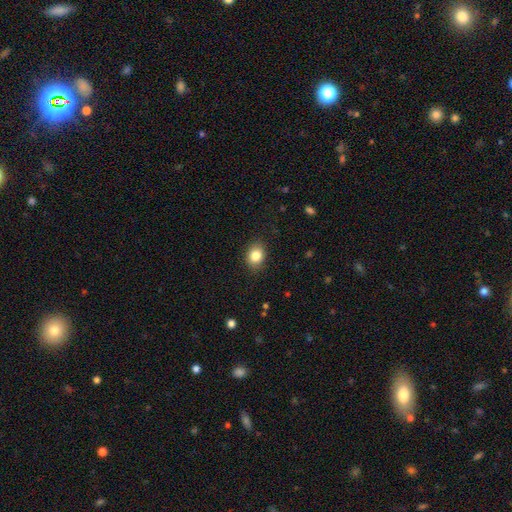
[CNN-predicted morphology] smooth 84%, star or artifact 9%, featured or disk 7%. Down the decision tree: how rounded — in between (56%); merging — none (86%).